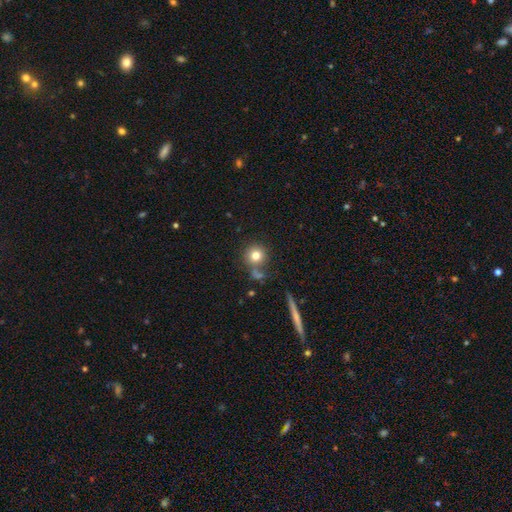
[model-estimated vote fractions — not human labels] The model was most divided on "merging": none: 70%, merger: 13%, minor disturbance: 11%, major disturbance: 5%. More confident: how rounded — round (92%); smooth or featured — smooth (78%).